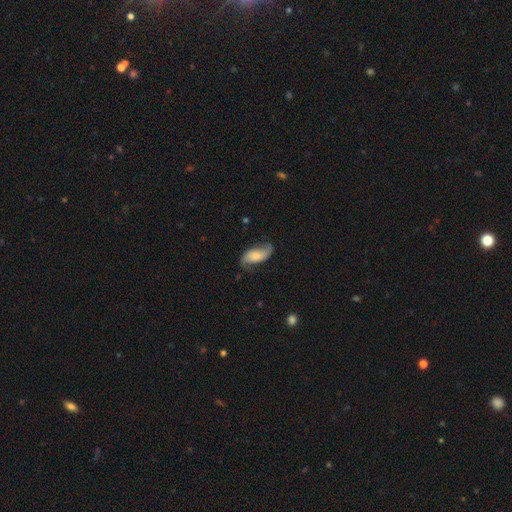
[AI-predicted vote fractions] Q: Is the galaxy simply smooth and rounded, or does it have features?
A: featured or disk — 62%.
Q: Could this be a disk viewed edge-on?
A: no — 94%.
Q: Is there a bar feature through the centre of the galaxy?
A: no — 60%.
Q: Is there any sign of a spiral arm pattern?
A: yes — 92%.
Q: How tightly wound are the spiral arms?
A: loose — 67%.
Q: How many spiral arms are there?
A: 2 — 88%.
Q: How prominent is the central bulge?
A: small — 36%.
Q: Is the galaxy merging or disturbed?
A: none — 66%.